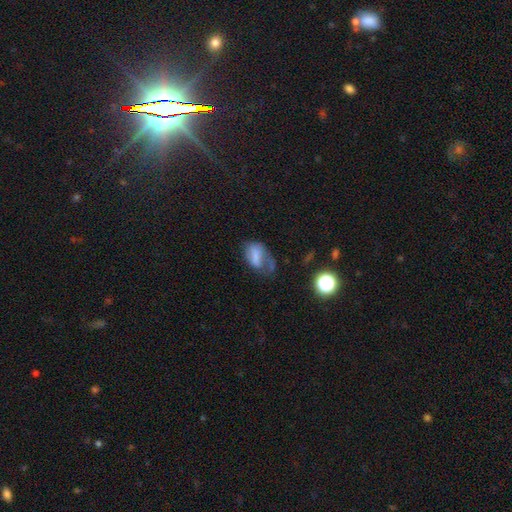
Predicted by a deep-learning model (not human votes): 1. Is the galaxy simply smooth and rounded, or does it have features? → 61% smooth, 28% featured or disk, 11% star or artifact.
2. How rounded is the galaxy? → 86% in between, 12% round, 3% cigar-shaped.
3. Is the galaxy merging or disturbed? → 42% major disturbance, 27% minor disturbance, 25% none, 5% merger.